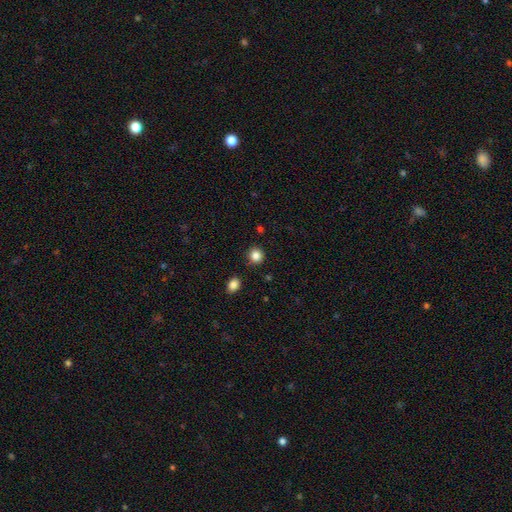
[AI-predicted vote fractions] The model was most divided on "smooth or featured": smooth: 85%, star or artifact: 11%, featured or disk: 4%. More confident: how rounded — round (89%); merging — none (88%).